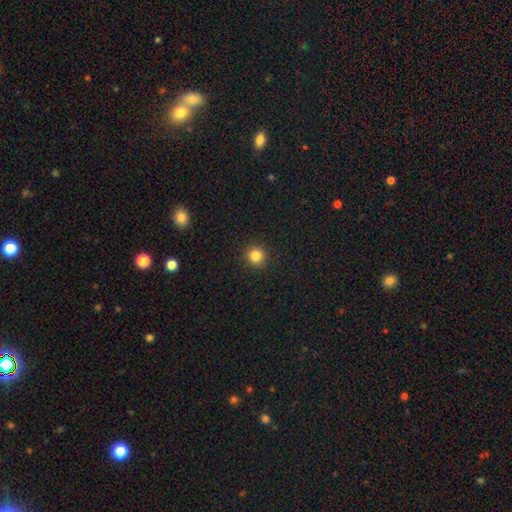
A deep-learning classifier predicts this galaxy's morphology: A smooth galaxy with no disk features (84%) that is round (94%).

Vote fractions:
- Smooth or featured? smooth: 84% / star or artifact: 12% / featured or disk: 4%
- How rounded? round: 94% / in between: 5% / cigar-shaped: 1%
- Merging? none: 93% / minor disturbance: 5% / major disturbance: 2% / merger: 1%